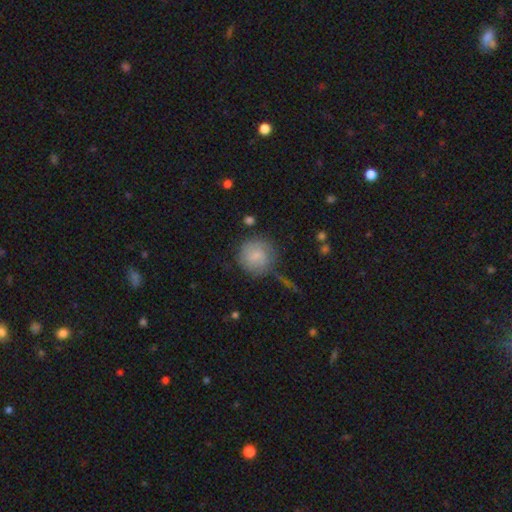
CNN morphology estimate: This appears to be a smooth galaxy with no disk features (63%) that is round (90%). Merging: none (67%).